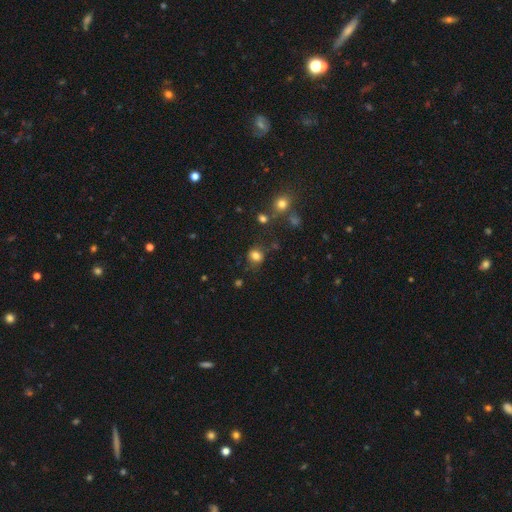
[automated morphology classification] type=smooth (80%); roundness=round (68%); merging=none (74%).